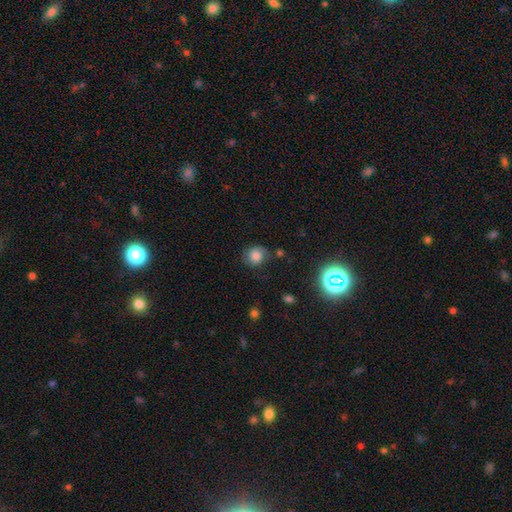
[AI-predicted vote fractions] A smooth galaxy with no disk features (72%) that is round (78%).

Vote fractions:
- Smooth or featured? smooth: 72% / featured or disk: 15% / star or artifact: 13%
- How rounded? round: 78% / in between: 21% / cigar-shaped: 1%
- Merging? none: 69% / minor disturbance: 20% / major disturbance: 7% / merger: 3%